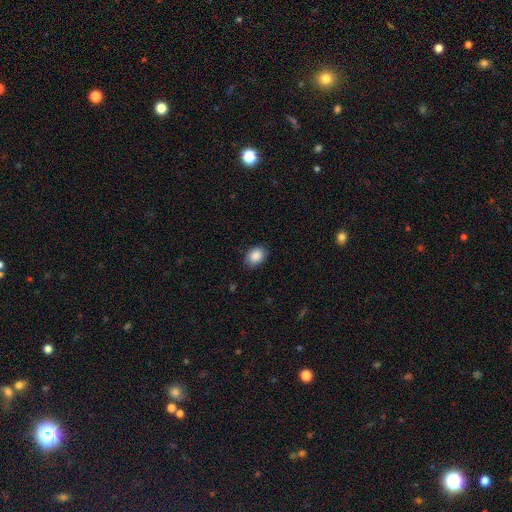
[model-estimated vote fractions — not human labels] A smooth galaxy with no disk features (89%) that is in between round and cigar-shaped (69%). Merging: none (84%).